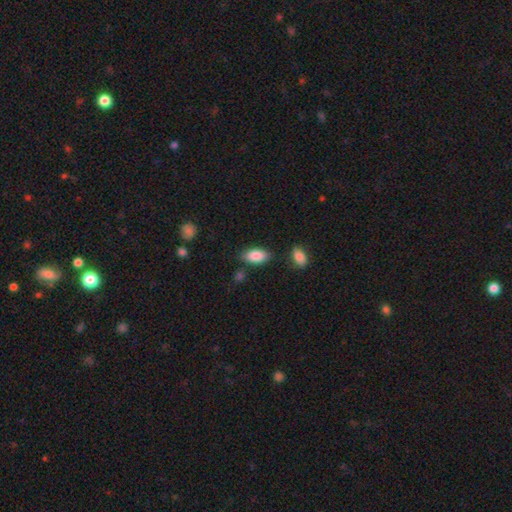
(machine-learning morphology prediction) Overall: smooth (87%). How rounded: in between (92%). Merging: none (79%).